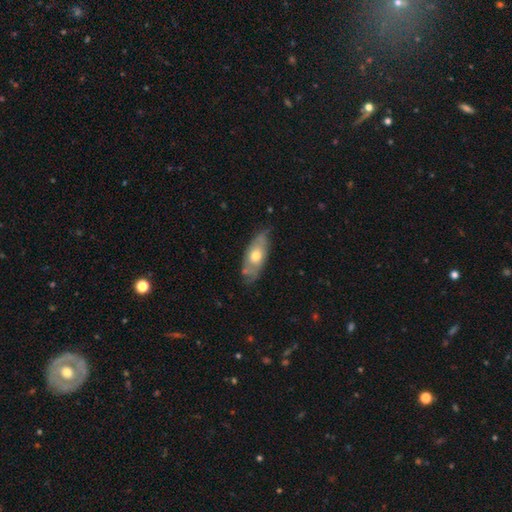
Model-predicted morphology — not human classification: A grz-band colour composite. It shows a smooth galaxy with no disk features (49%). Merging: none (62%).